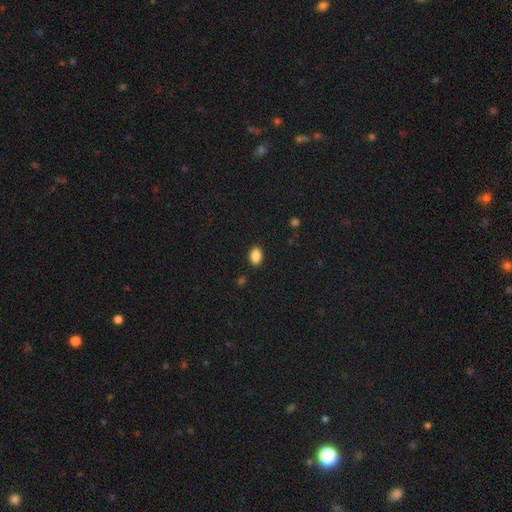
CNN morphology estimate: Overall: smooth (88%). How rounded: in between (82%). Merging: none (88%).